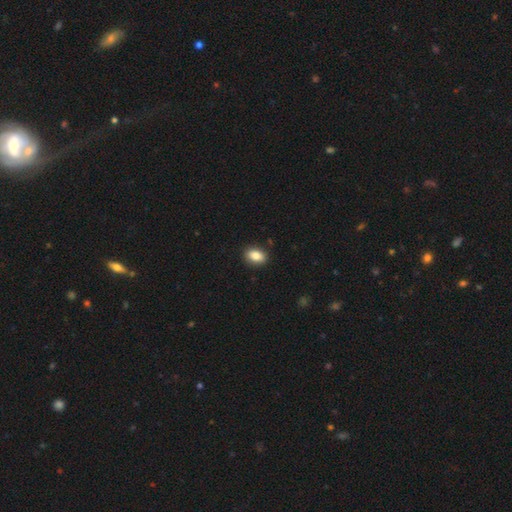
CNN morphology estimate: A smooth galaxy with no disk features (85%) that is in between round and cigar-shaped (82%). Merging: none (89%).